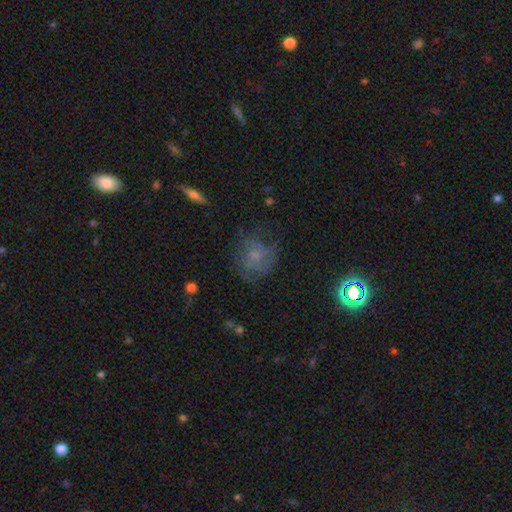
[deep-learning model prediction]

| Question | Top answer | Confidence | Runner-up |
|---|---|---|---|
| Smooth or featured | smooth | 46% | featured or disk (36%) |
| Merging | none | 59% | minor disturbance (21%) |